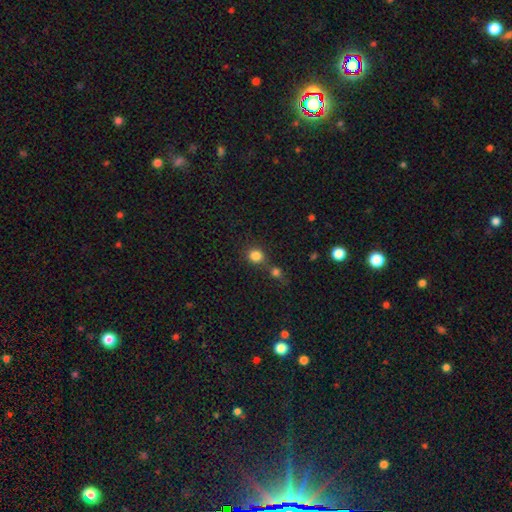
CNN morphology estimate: A smooth galaxy with no disk features (82%) that is round (82%).

Vote fractions:
- Smooth or featured? smooth: 82% / star or artifact: 12% / featured or disk: 6%
- How rounded? round: 82% / in between: 17% / cigar-shaped: 1%
- Merging? none: 60% / merger: 27% / minor disturbance: 9% / major disturbance: 4%